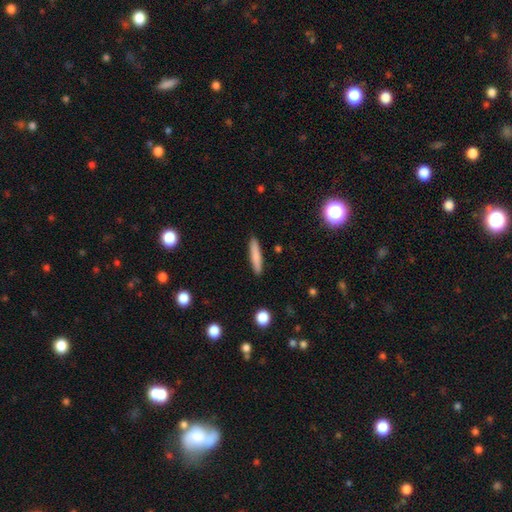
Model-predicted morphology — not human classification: Smooth or featured: smooth — 80% (featured or disk — 13%)
How rounded: cigar-shaped — 89% (in between — 10%)
Merging: none — 90% (minor disturbance — 7%)